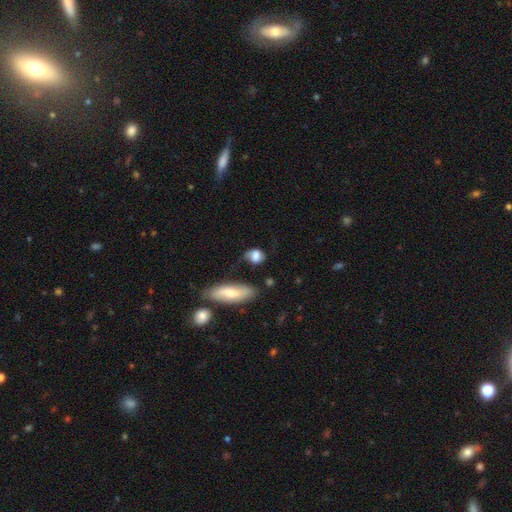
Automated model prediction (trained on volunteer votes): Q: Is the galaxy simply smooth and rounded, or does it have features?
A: smooth — 72%.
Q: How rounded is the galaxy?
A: in between — 55%.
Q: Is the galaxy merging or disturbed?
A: none — 46%.